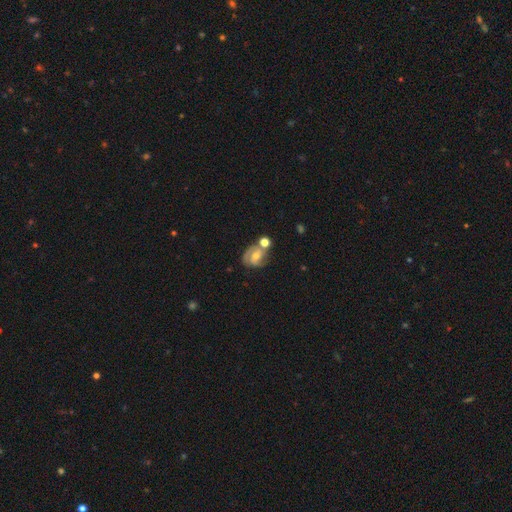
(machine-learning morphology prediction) featured or disk 73%, smooth 19%, star or artifact 8%. Down the decision tree: edge-on disk — no (97%); bar — no (48%); spiral arms — yes (92%); spiral arm count — 2 (67%); spiral winding — medium (45%); bulge size — moderate (54%); merging — none (49%).